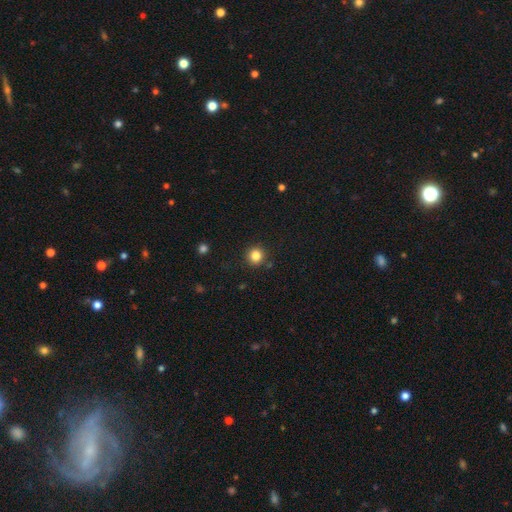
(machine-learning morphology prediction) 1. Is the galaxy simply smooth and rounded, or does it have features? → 83% smooth, 12% star or artifact, 5% featured or disk.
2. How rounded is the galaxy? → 94% round, 5% in between, 1% cigar-shaped.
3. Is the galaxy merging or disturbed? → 90% none, 6% minor disturbance, 2% merger, 2% major disturbance.